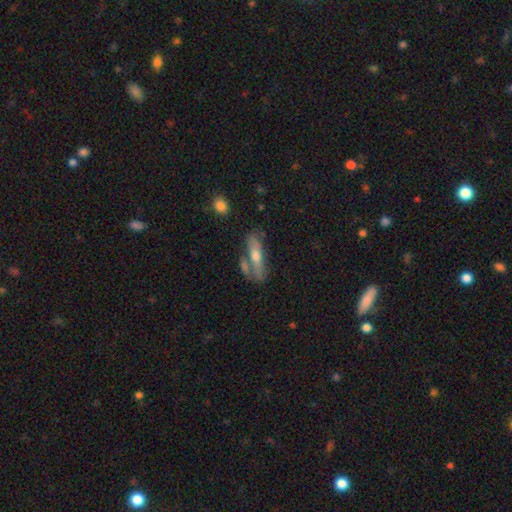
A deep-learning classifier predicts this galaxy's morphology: smooth-or-featured: smooth: 47% | featured or disk: 46% | star or artifact: 7%
  merging: none: 55% | merger: 20% | minor disturbance: 18% | major disturbance: 7%